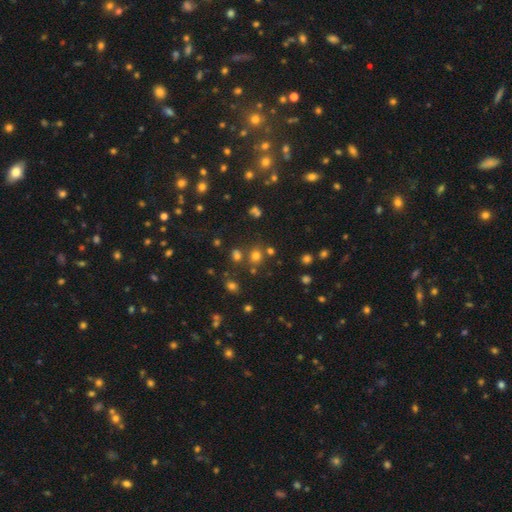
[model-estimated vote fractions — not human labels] A smooth galaxy with no disk features (66%) that is round (82%). Merging: none (73%).